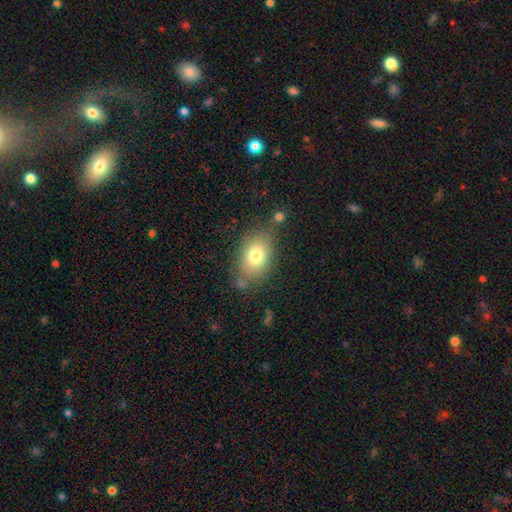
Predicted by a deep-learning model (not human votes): Morphology: type=smooth (77%); roundness=in between (81%); merging=none (67%).